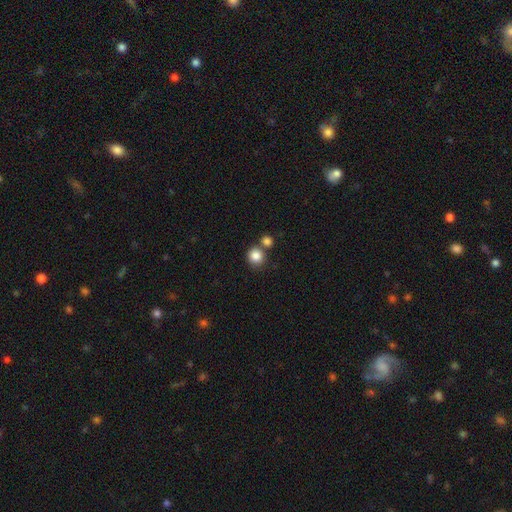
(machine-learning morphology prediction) Smooth or featured? smooth (85%)
How rounded? round (89%)
Merging? none (65%)